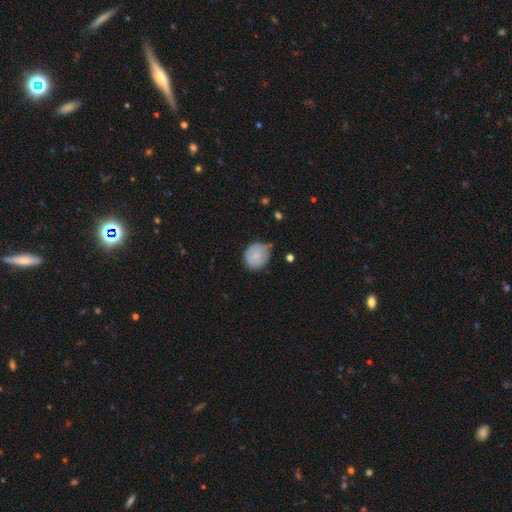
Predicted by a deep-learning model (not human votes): Q: Smooth or featured?
A: smooth (78%); runner-up: featured or disk (14%)
Q: How rounded?
A: round (79%); runner-up: in between (20%)
Q: Merging?
A: none (54%); runner-up: minor disturbance (37%)